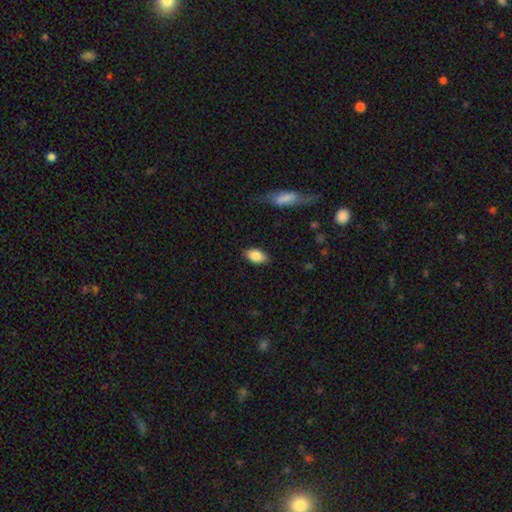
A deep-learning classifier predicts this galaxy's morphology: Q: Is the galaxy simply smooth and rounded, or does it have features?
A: smooth — 84%.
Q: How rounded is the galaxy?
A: in between — 92%.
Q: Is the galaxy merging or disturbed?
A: none — 86%.